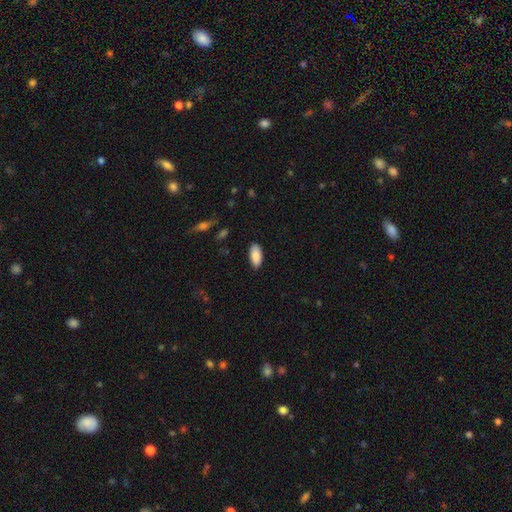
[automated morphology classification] A smooth galaxy with no disk features (88%) that is in between round and cigar-shaped (90%). Merging: none (87%).